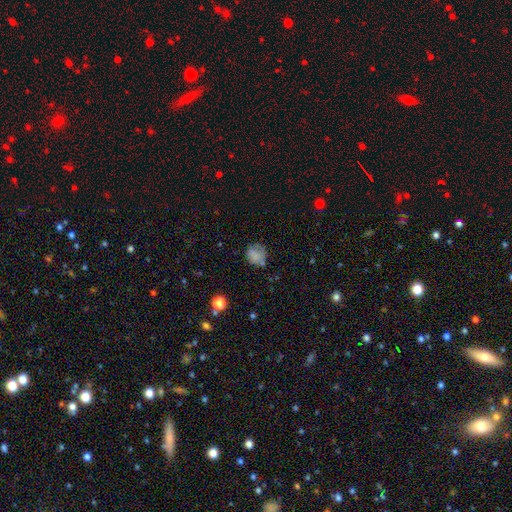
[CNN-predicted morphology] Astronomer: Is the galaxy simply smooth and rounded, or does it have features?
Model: smooth — 72%.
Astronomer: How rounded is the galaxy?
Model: round — 71%.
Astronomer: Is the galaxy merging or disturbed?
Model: none — 56%.